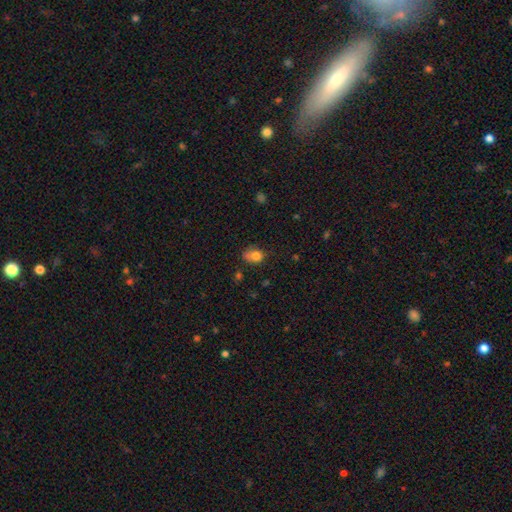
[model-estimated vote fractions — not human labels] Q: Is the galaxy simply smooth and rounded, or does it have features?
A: smooth — 78%.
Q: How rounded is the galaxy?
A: in between — 55%.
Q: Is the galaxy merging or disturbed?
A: none — 43%.